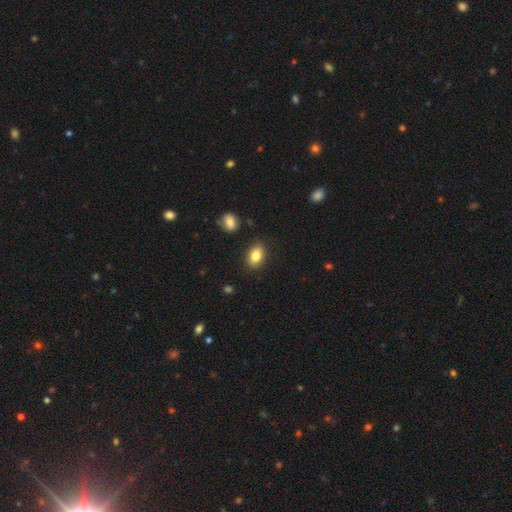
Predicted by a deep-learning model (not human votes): This appears to be a smooth galaxy with no disk features (83%) that is in between round and cigar-shaped (86%). Merging: none (86%).